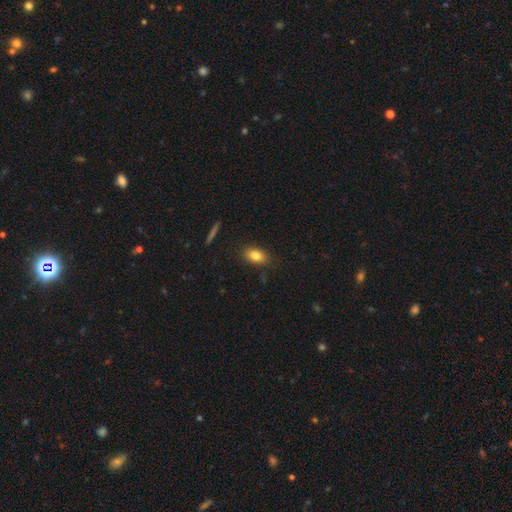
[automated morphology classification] Smooth or featured?
  - smooth: 82% *
  - featured or disk: 10%
  - star or artifact: 9%
How rounded?
  - in between: 85% *
  - round: 11%
  - cigar-shaped: 4%
Merging?
  - none: 85% *
  - minor disturbance: 11%
  - major disturbance: 2%
  - merger: 1%